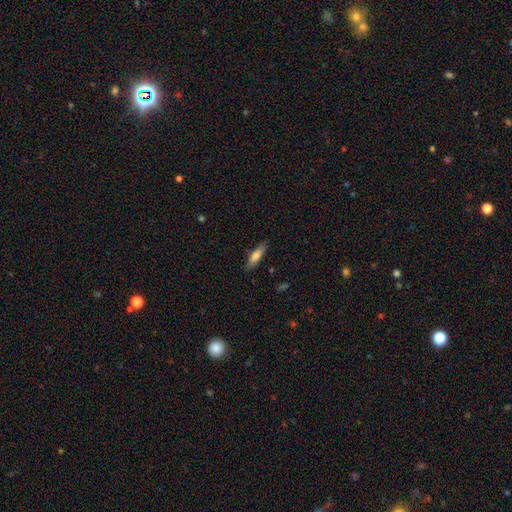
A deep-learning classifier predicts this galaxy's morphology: type=smooth (74%); roundness=cigar-shaped (60%); merging=none (84%).